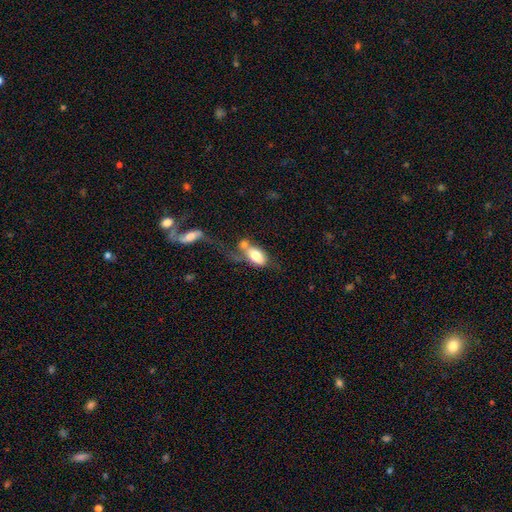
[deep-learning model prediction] Smooth or featured? smooth (71%)
How rounded? in between (89%)
Merging? merger (46%)